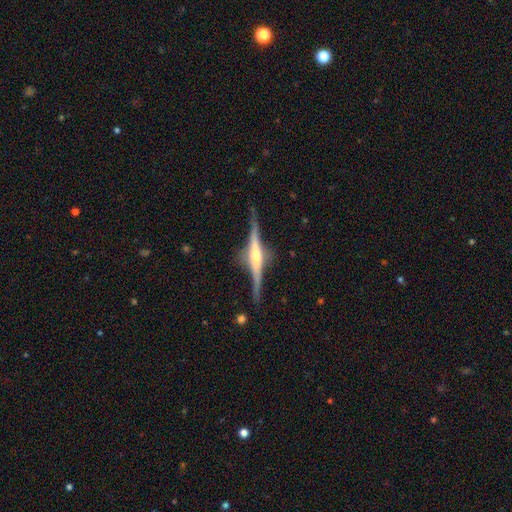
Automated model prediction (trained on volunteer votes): Q: Smooth or featured?
A: featured or disk (85%); runner-up: smooth (10%)
Q: Edge-on disk?
A: yes (97%); runner-up: no (3%)
Q: Edge-on bulge?
A: rounded (76%); runner-up: boxy (18%)
Q: Merging?
A: none (82%); runner-up: minor disturbance (13%)